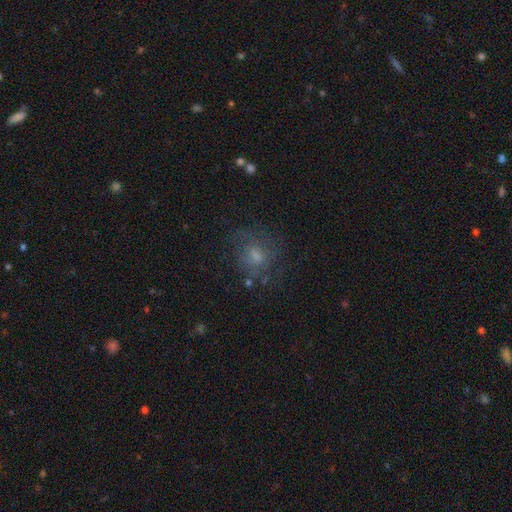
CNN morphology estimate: A smooth galaxy with no disk features (51%) that is round (65%).

Vote fractions:
- Smooth or featured? smooth: 51% / featured or disk: 33% / star or artifact: 16%
- How rounded? round: 65% / in between: 34% / cigar-shaped: 1%
- Merging? none: 60% / minor disturbance: 19% / major disturbance: 18% / merger: 3%